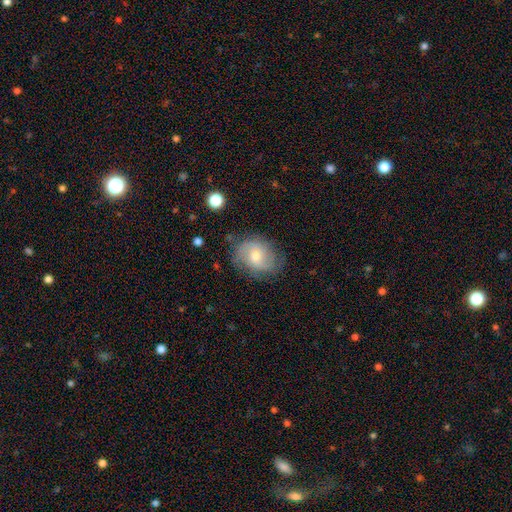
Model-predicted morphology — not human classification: A featured or disk galaxy (52%).

Vote fractions:
- Smooth or featured? featured or disk: 52% / smooth: 40% / star or artifact: 8%
- Edge-on disk? no: 96% / yes: 4%
- Merging? none: 69% / minor disturbance: 21% / major disturbance: 8% / merger: 1%